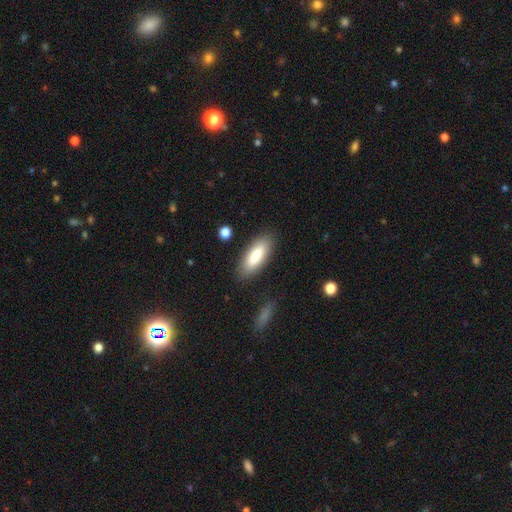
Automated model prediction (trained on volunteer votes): This appears to be a smooth galaxy with no disk features (81%) that is in between round and cigar-shaped (69%). Merging: none (86%).